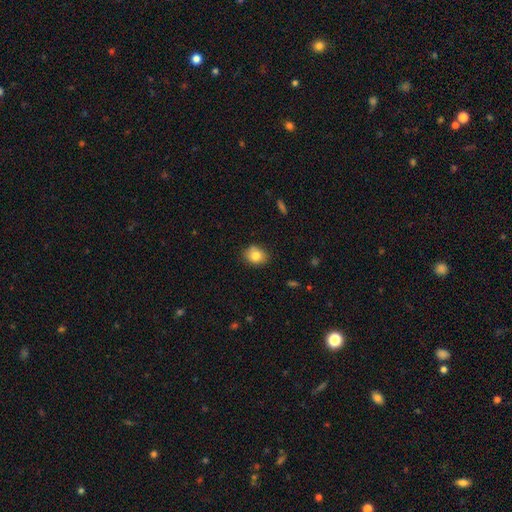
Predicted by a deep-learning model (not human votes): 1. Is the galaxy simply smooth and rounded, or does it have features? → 81% smooth, 10% featured or disk, 9% star or artifact.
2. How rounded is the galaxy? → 50% round, 49% in between, 1% cigar-shaped.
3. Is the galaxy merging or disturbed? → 82% none, 15% minor disturbance, 2% major disturbance, 2% merger.